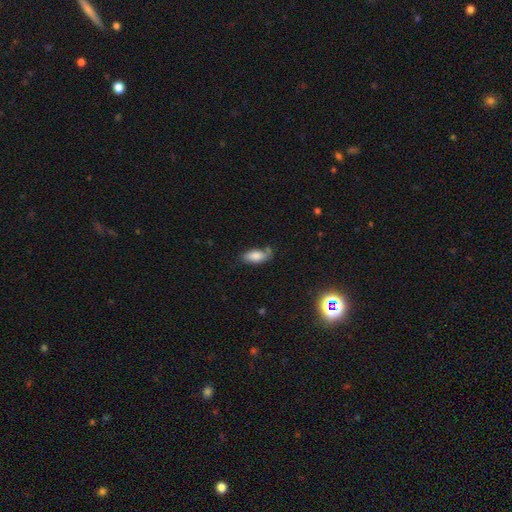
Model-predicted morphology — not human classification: smooth_or_featured: smooth (p=0.81) [alt: featured or disk p=0.12]
how_rounded: in between (p=0.87) [alt: cigar-shaped p=0.10]
merging: none (p=0.61) [alt: minor disturbance p=0.24]